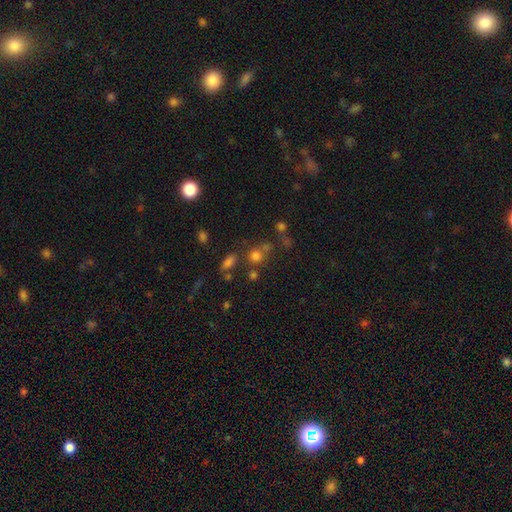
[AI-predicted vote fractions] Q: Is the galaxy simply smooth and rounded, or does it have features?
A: smooth — 69%.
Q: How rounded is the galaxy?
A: round — 80%.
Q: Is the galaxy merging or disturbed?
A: none — 61%.